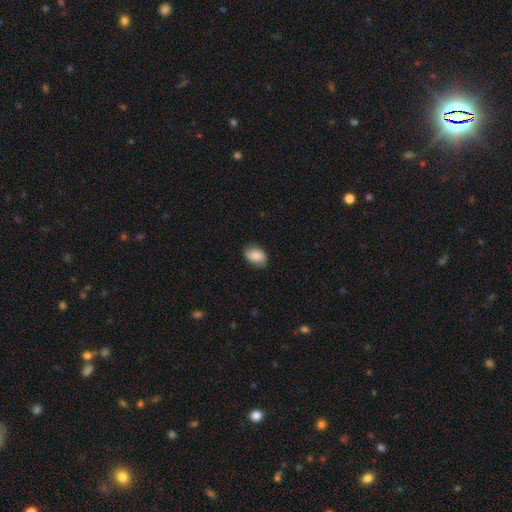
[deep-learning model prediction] smooth_or_featured: smooth (p=0.83) [alt: featured or disk p=0.10]
how_rounded: in between (p=0.85) [alt: round p=0.14]
merging: none (p=0.79) [alt: minor disturbance p=0.17]